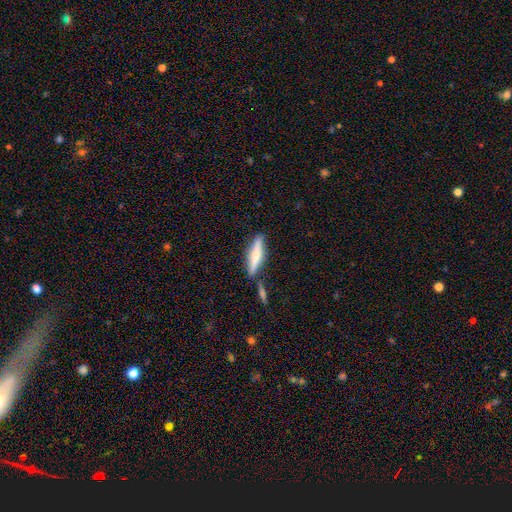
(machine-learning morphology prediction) Smooth or featured? smooth (57%)
How rounded? cigar-shaped (82%)
Merging? none (72%)